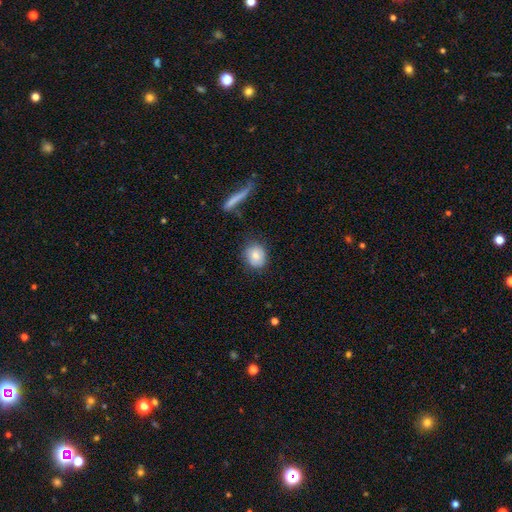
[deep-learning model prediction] This appears to be a smooth galaxy with no disk features (79%) that is round (69%). Merging: none (76%).